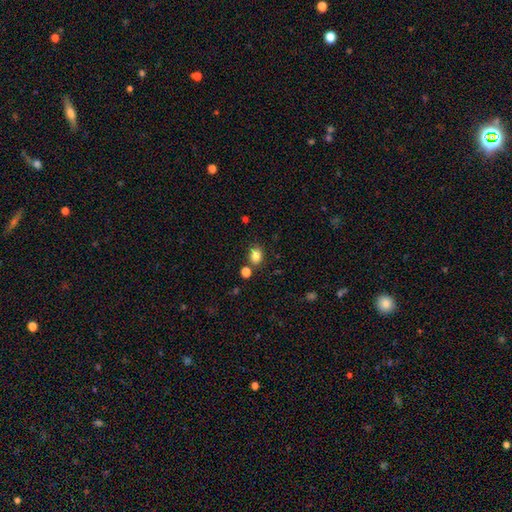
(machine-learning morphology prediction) Overall: smooth (83%). How rounded: in between (56%; round 43%). Merging: none (77%).